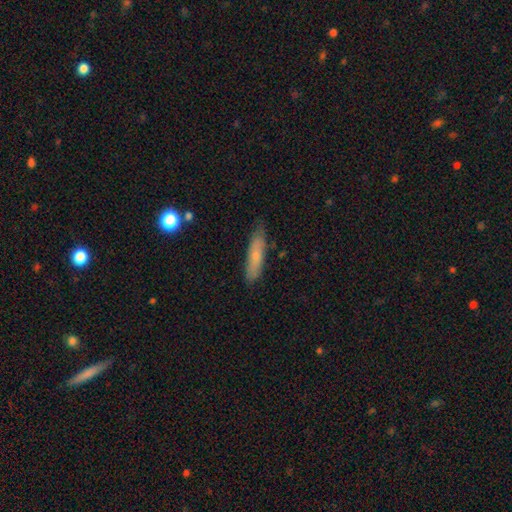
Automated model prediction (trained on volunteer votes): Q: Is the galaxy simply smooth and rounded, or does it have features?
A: smooth — 69%.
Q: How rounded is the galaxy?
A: cigar-shaped — 76%.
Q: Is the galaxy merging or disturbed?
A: none — 77%.